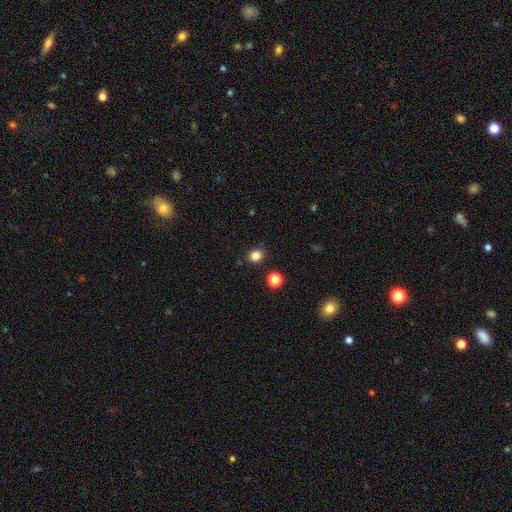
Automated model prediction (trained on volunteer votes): Morphology: type=smooth (83%); roundness=round (74%); merging=none (86%).